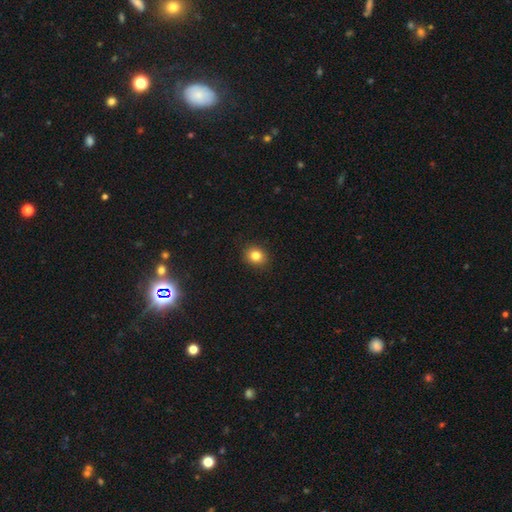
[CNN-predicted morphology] Overall: smooth (82%). How rounded: round (70%; in between 30%). Merging: none (90%).